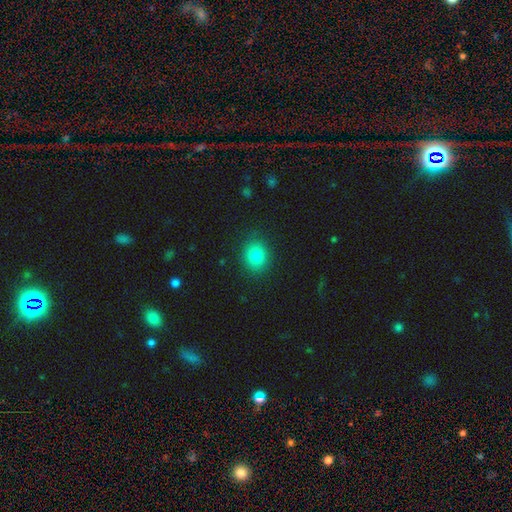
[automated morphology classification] Smooth or featured? smooth (82%)
How rounded? round (68%)
Merging? none (88%)